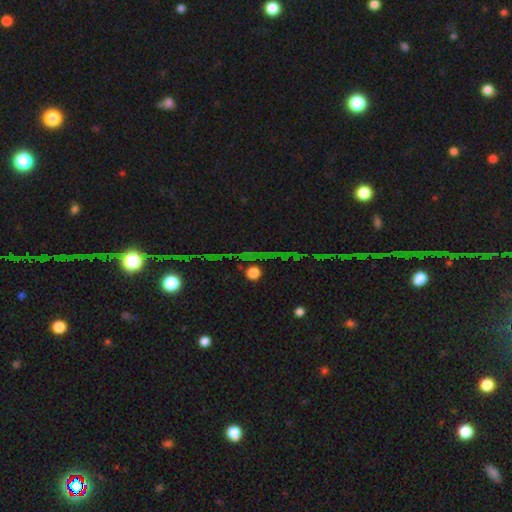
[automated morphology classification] star or artifact 75%, smooth 13%, featured or disk 12%.